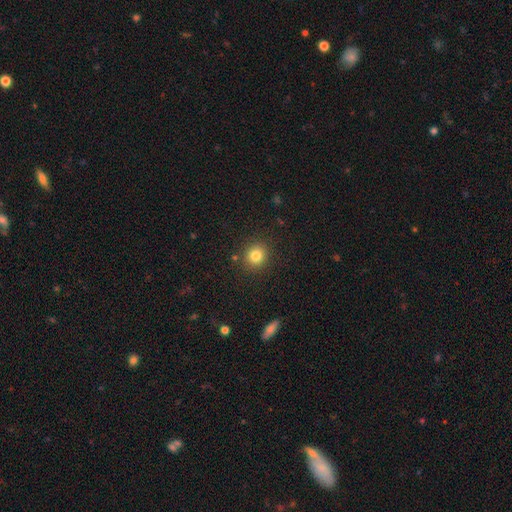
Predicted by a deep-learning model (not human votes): smooth 82%, star or artifact 12%, featured or disk 7%. Down the decision tree: how rounded — round (88%); merging — none (88%).